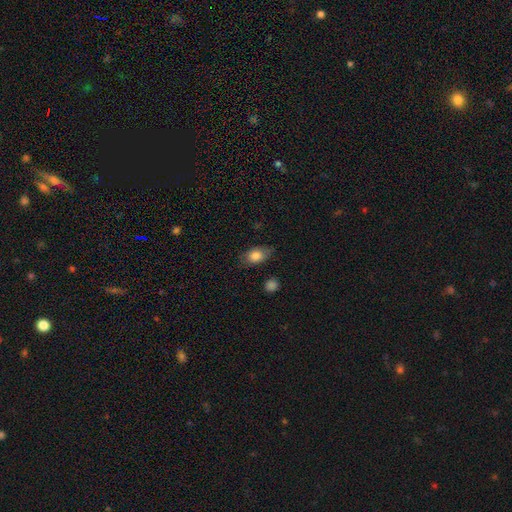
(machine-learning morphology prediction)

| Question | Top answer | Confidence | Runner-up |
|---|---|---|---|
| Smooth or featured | smooth | 80% | featured or disk (13%) |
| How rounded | in between | 83% | round (13%) |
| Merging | none | 75% | minor disturbance (19%) |